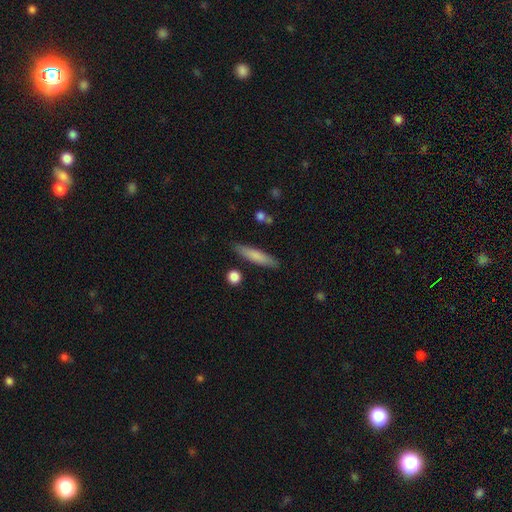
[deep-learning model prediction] A smooth galaxy with no disk features (75%) that is cigar-shaped (85%). Merging: none (85%).